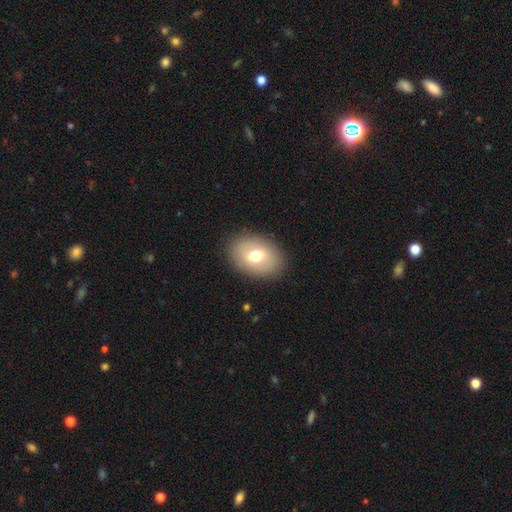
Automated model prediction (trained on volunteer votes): Morphology: type=smooth (67%); roundness=in between (76%); merging=none (87%).